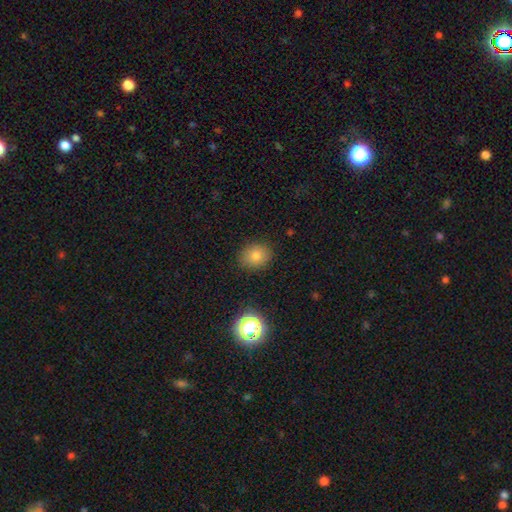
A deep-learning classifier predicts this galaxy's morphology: A smooth galaxy with no disk features (78%) that is round (59%). Merging: none (87%).